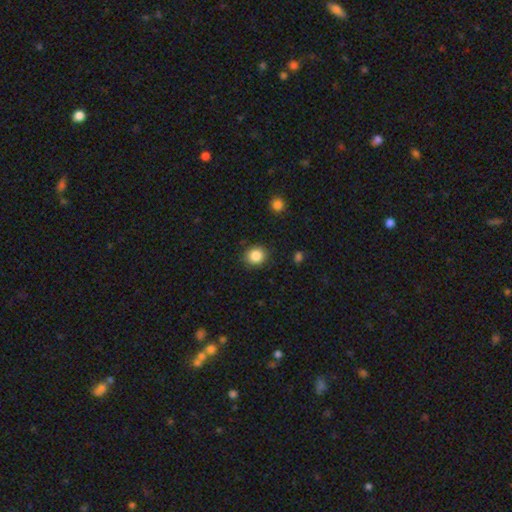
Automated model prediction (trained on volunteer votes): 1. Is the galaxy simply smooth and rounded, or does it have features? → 86% smooth, 10% star or artifact, 4% featured or disk.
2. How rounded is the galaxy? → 84% round, 16% in between, 1% cigar-shaped.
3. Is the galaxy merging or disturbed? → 88% none, 8% minor disturbance, 2% major disturbance, 1% merger.